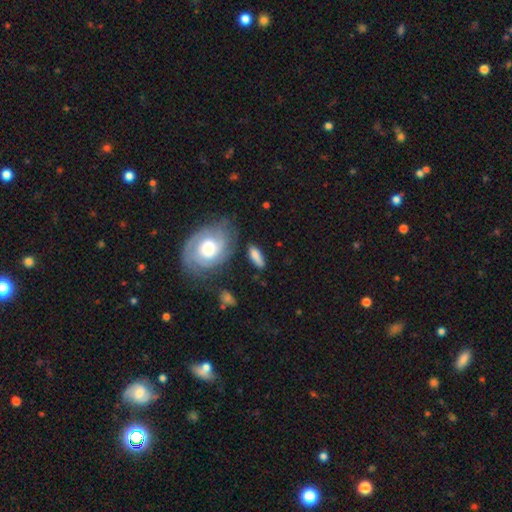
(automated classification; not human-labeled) A smooth galaxy with no disk features (69%) that is in between round and cigar-shaped (61%).

Vote fractions:
- Smooth or featured? smooth: 69% / featured or disk: 23% / star or artifact: 8%
- How rounded? in between: 61% / cigar-shaped: 33% / round: 6%
- Merging? none: 72% / minor disturbance: 16% / major disturbance: 6% / merger: 6%